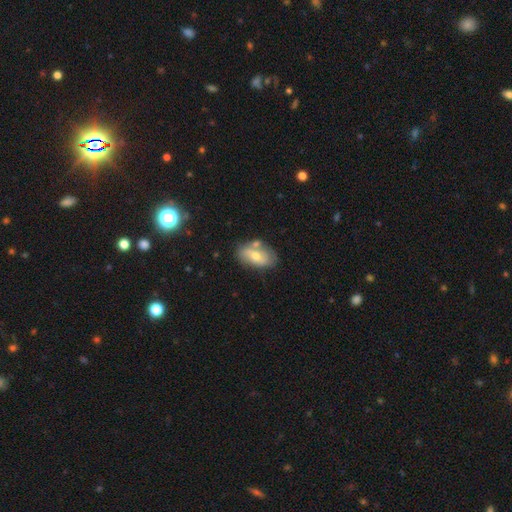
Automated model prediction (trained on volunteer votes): This appears to be a smooth galaxy with no disk features (58%) that is in between round and cigar-shaped (89%). Merging: none (59%).